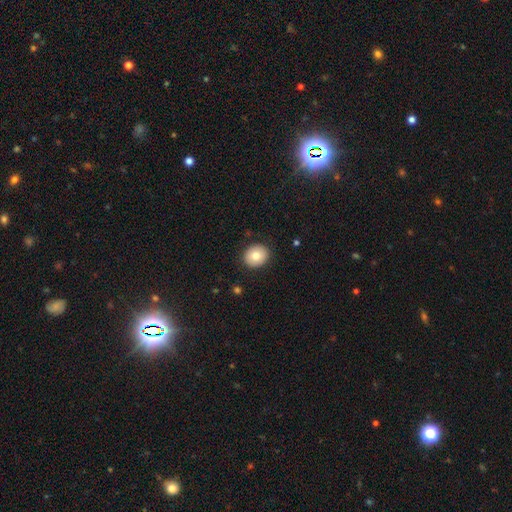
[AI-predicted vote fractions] Smooth or featured?
  - smooth: 79% *
  - featured or disk: 13%
  - star or artifact: 8%
How rounded?
  - round: 72% *
  - in between: 27%
  - cigar-shaped: 1%
Merging?
  - none: 90% *
  - minor disturbance: 7%
  - major disturbance: 2%
  - merger: 1%